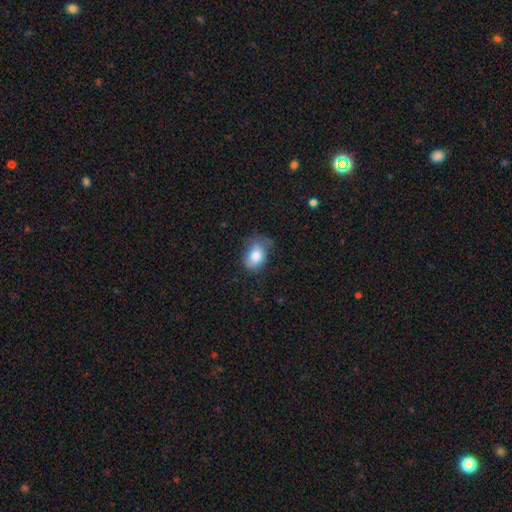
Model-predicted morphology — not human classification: Smooth or featured? smooth (79%)
How rounded? in between (74%)
Merging? none (46%)